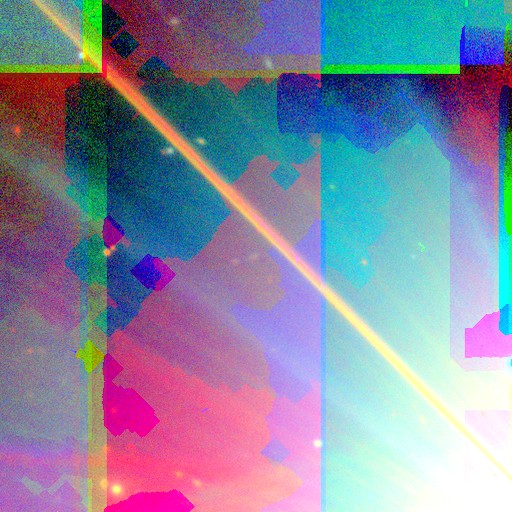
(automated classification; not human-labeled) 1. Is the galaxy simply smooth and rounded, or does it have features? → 88% star or artifact, 8% featured or disk, 4% smooth.